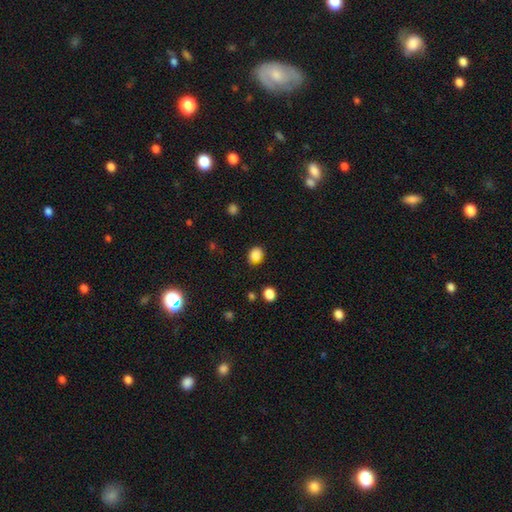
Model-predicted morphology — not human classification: Smooth or featured?
  - smooth: 84% *
  - star or artifact: 11%
  - featured or disk: 5%
How rounded?
  - round: 58% *
  - in between: 41%
  - cigar-shaped: 1%
Merging?
  - none: 70% *
  - minor disturbance: 21%
  - merger: 5%
  - major disturbance: 5%